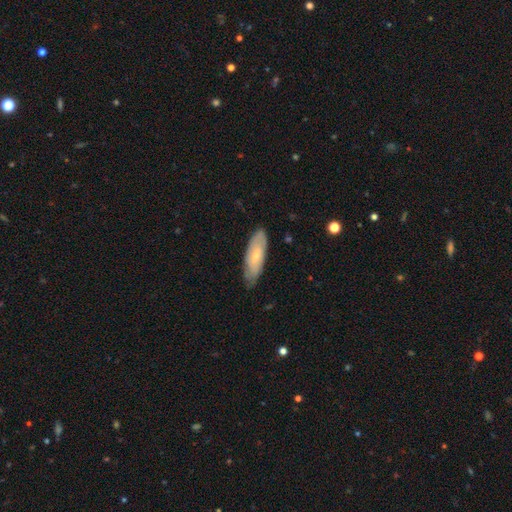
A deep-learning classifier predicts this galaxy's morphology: smooth 53%, featured or disk 41%, star or artifact 6%. Down the decision tree: how rounded — in between (62%); merging — none (73%).